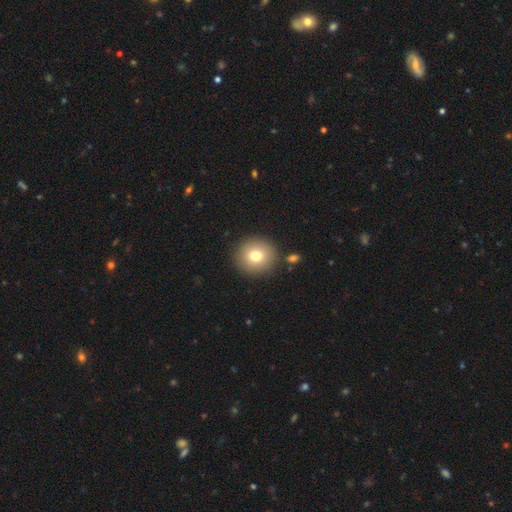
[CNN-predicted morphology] Overall: smooth (76%). How rounded: round (91%). Merging: none (88%).